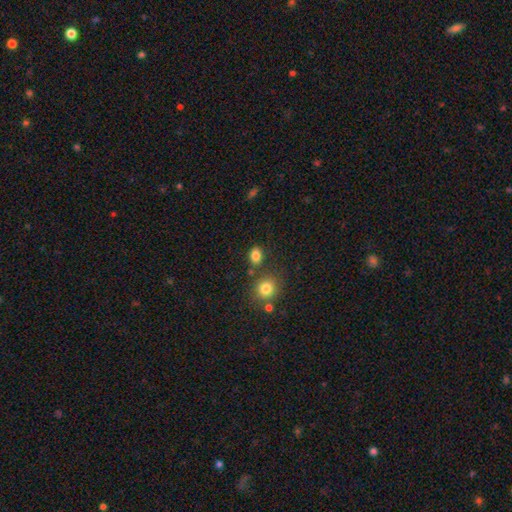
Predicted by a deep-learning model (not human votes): This appears to be a smooth galaxy with no disk features (83%) that is in between round and cigar-shaped (61%). Merging: none (75%).